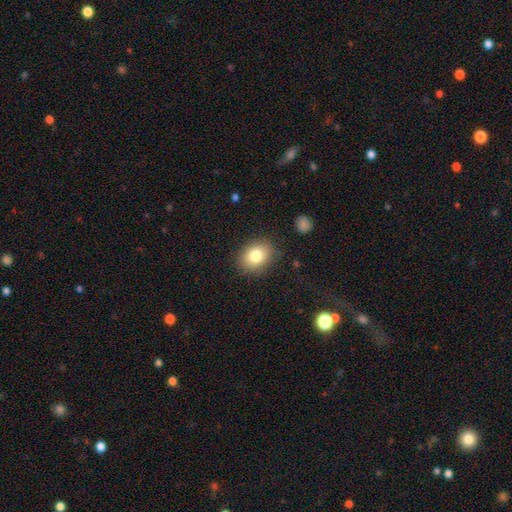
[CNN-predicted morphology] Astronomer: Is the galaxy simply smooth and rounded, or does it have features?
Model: smooth — 80%.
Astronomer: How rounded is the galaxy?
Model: in between — 57% (runner-up: round, 42%).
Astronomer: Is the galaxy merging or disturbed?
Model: none — 85%.